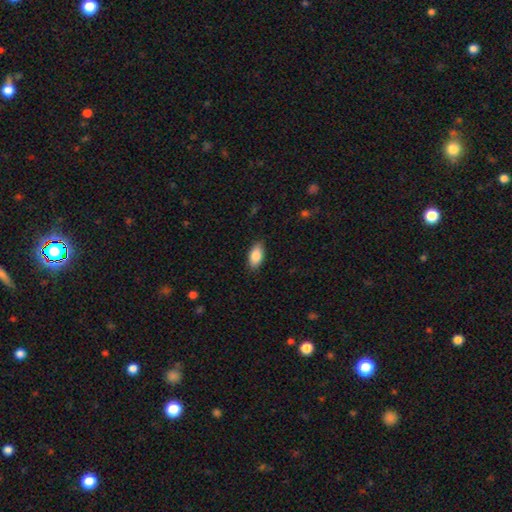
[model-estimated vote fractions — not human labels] Smooth or featured? smooth (86%)
How rounded? in between (91%)
Merging? none (86%)